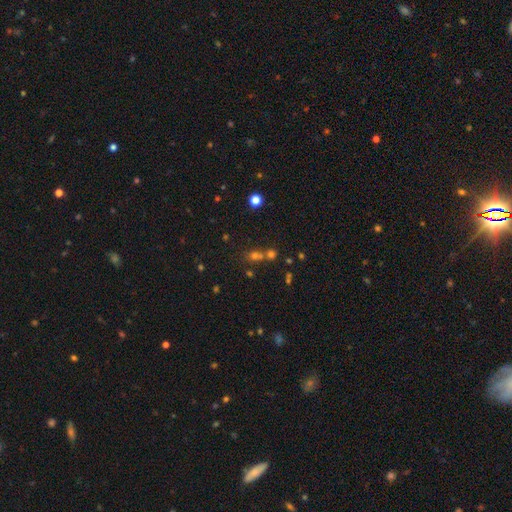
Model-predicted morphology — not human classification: Smooth or featured: smooth — 49% (star or artifact — 38%)
Merging: none — 48% (merger — 41%)